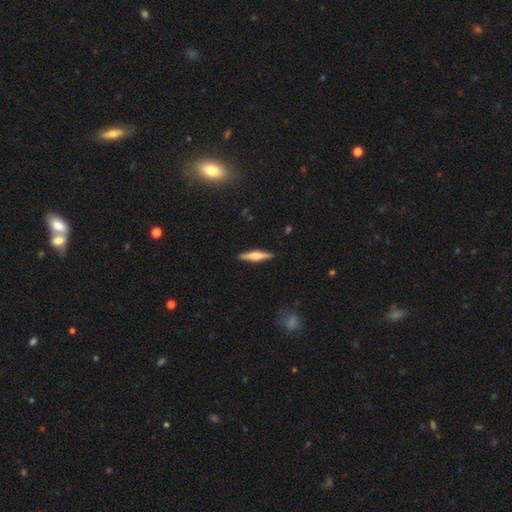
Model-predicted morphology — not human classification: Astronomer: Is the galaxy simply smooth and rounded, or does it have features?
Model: featured or disk — 58% (runner-up: smooth, 36%).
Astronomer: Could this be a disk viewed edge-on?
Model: yes — 97%.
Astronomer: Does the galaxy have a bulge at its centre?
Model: rounded — 86%.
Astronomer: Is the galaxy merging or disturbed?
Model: none — 91%.